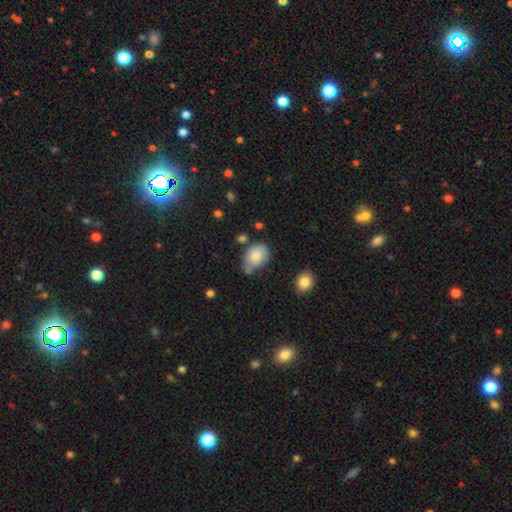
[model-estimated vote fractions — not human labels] Smooth or featured? smooth (79%)
How rounded? in between (79%)
Merging? none (47%)